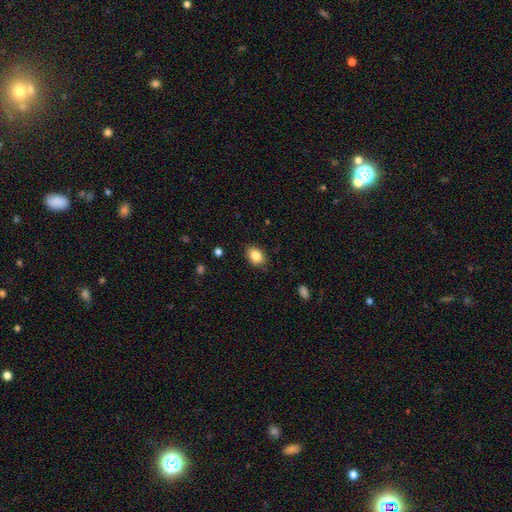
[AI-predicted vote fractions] Smooth or featured? Predicted: smooth (p=0.86). How rounded? Predicted: in between (p=0.75). Merging? Predicted: none (p=0.85).